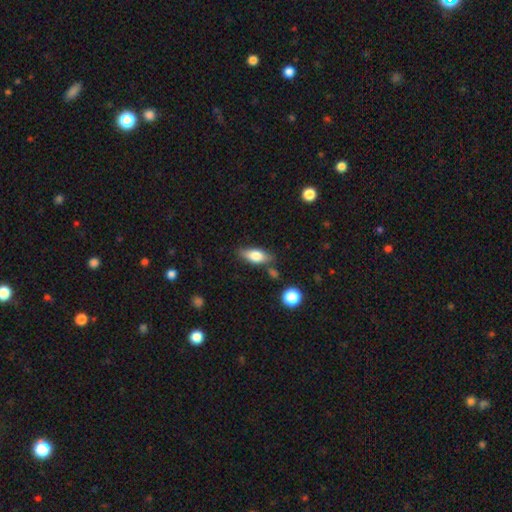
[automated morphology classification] smooth_or_featured: smooth (p=0.72) [alt: featured or disk p=0.20]
how_rounded: in between (p=0.79) [alt: cigar-shaped p=0.16]
merging: none (p=0.74) [alt: minor disturbance p=0.16]